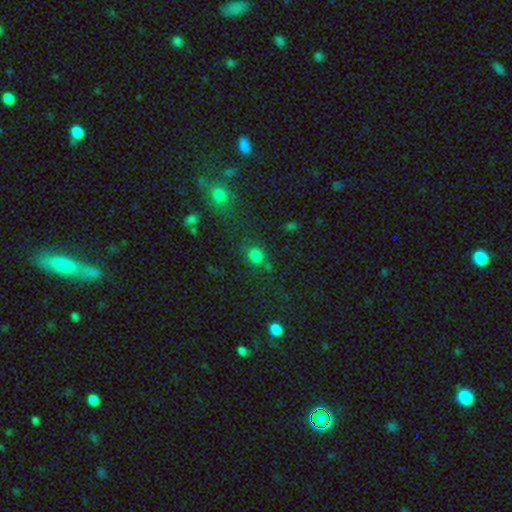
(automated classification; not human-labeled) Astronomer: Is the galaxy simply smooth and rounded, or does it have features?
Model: smooth — 73%.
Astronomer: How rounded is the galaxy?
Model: round — 80%.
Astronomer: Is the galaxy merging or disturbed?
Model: none — 71%.